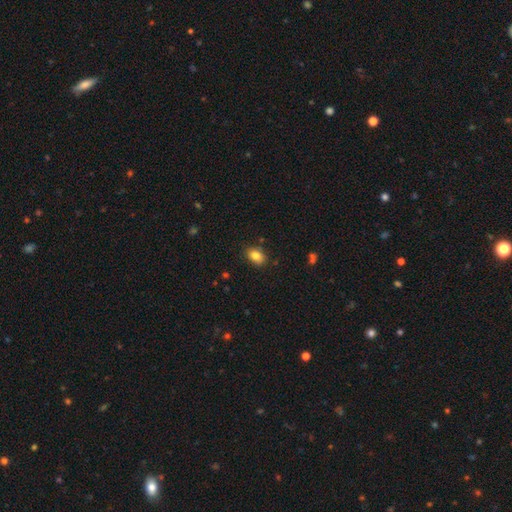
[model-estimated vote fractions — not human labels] Morphology: type=smooth (83%); roundness=in between (79%); merging=none (83%).